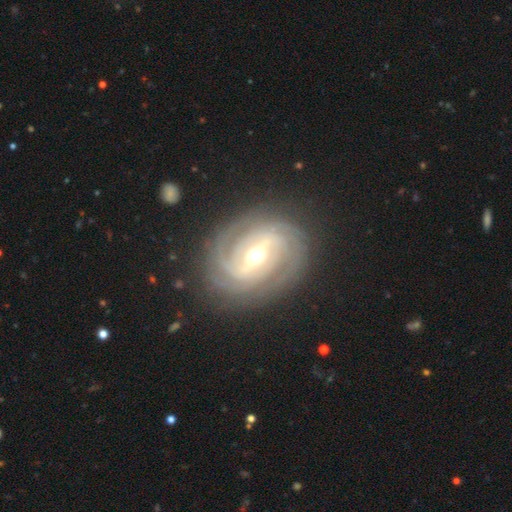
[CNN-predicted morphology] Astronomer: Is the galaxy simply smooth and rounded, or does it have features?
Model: featured or disk — 90%.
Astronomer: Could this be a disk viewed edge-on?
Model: no — 97%.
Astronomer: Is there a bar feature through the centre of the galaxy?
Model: strong — 53% (runner-up: weak, 35%).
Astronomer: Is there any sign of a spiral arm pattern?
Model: yes — 97%.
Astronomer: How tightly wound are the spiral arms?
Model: tight — 73%.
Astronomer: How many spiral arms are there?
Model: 2 — 32% (runner-up: 3, 27%).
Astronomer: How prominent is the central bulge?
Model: moderate — 62%.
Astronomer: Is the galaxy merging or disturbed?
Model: none — 83%.